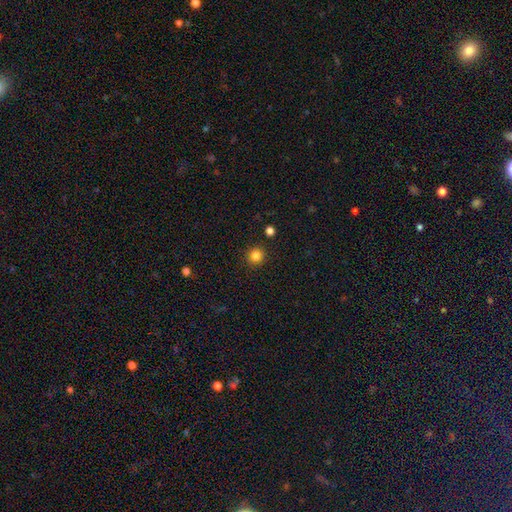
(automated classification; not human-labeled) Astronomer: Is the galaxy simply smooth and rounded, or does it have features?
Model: smooth — 83%.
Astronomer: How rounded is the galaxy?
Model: round — 93%.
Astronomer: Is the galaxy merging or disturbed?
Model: none — 90%.